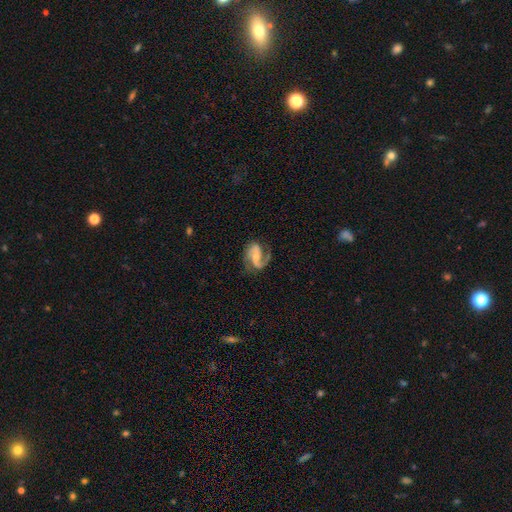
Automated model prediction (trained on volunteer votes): A featured or disk galaxy (85%) with a weak bar (41%), 2 (76%) medium (49%) spiral arms (96%) and a small central bulge (48%). Merging: none (62%).